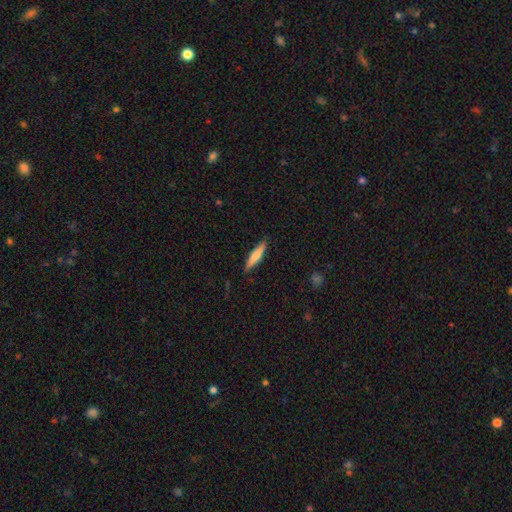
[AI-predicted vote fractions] Overall: smooth (68%). How rounded: cigar-shaped (86%). Merging: none (88%).